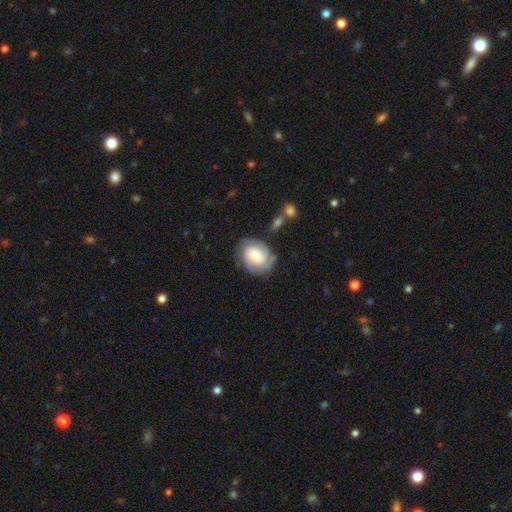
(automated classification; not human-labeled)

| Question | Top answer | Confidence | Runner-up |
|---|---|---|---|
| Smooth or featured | featured or disk | 59% | smooth (33%) |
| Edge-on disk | no | 98% | yes (2%) |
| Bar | no | 60% | weak (32%) |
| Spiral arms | yes | 90% | no (10%) |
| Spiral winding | tight | 56% | medium (34%) |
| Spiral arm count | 2 | 45% | can't tell (24%) |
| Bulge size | large | 36% | moderate (24%) |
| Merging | none | 69% | minor disturbance (20%) |